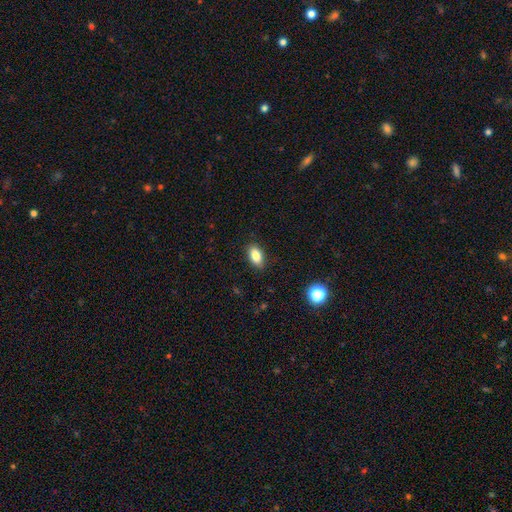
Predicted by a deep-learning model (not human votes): Smooth or featured? Predicted: smooth (p=0.84). How rounded? Predicted: in between (p=0.89). Merging? Predicted: none (p=0.88).